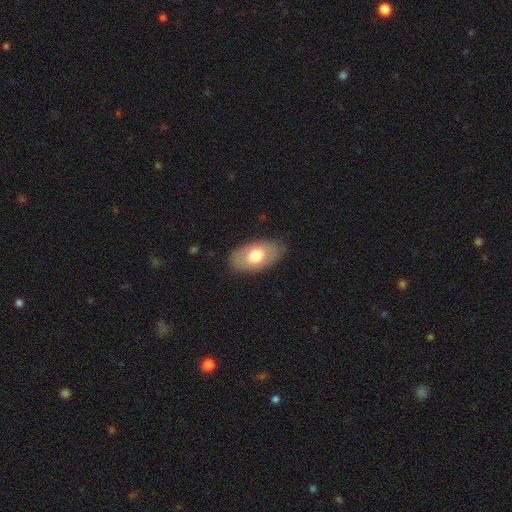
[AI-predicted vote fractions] Smooth or featured? smooth (68%)
How rounded? in between (93%)
Merging? none (81%)